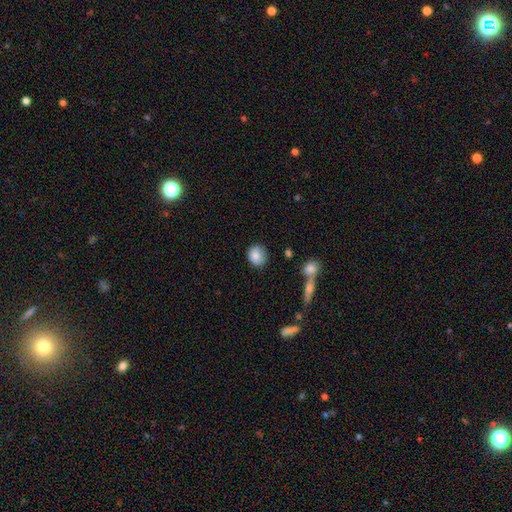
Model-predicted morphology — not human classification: Smooth or featured?
  - smooth: 85% *
  - star or artifact: 8%
  - featured or disk: 7%
How rounded?
  - round: 77% *
  - in between: 21%
  - cigar-shaped: 1%
Merging?
  - none: 77% *
  - minor disturbance: 16%
  - major disturbance: 4%
  - merger: 4%